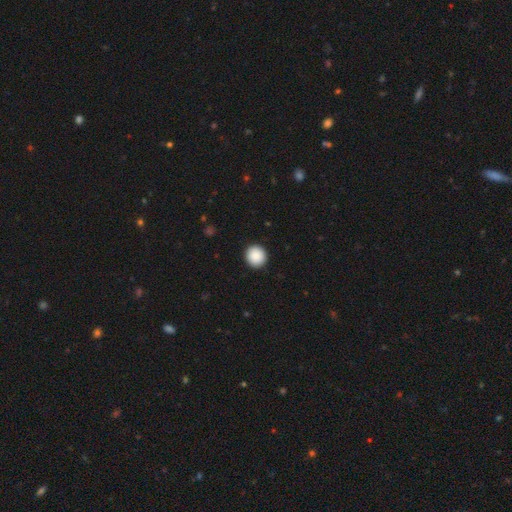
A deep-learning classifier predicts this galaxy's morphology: Smooth or featured? smooth (89%)
How rounded? round (93%)
Merging? none (93%)